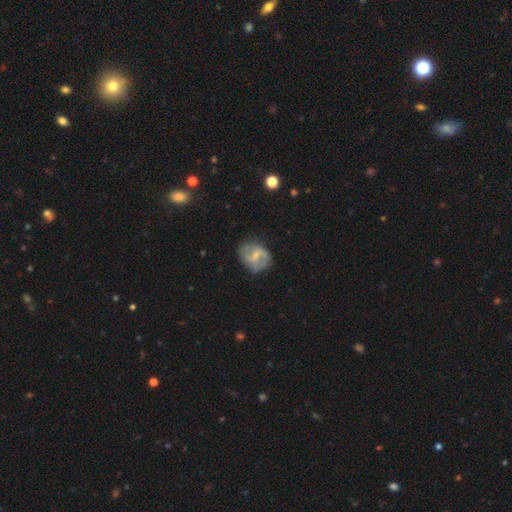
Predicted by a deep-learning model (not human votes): Smooth or featured? featured or disk (67%)
Edge-on disk? no (97%)
Bar? weak (53%)
Spiral arms? yes (76%)
Bulge size? small (55%)
Merging? none (64%)